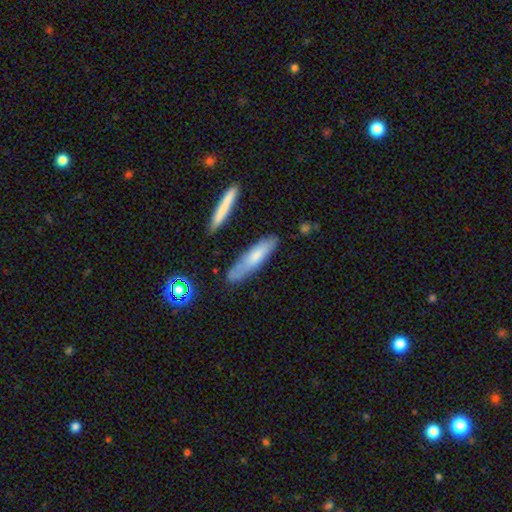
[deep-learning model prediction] Smooth or featured? smooth (65%)
How rounded? cigar-shaped (78%)
Merging? none (73%)